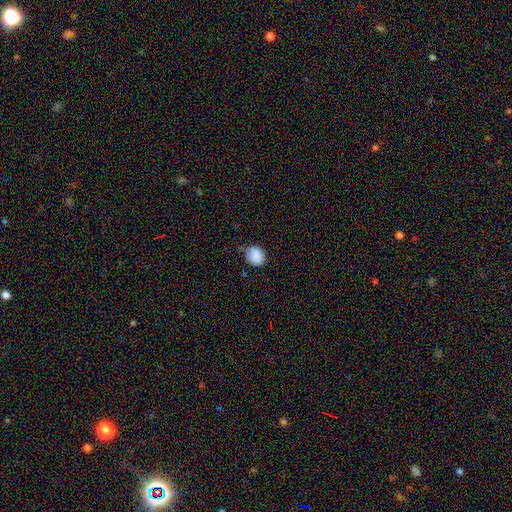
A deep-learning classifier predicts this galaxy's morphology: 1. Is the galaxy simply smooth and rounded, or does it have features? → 87% smooth, 8% star or artifact, 5% featured or disk.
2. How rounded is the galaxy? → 68% round, 31% in between, 1% cigar-shaped.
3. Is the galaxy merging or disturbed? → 64% none, 28% minor disturbance, 5% major disturbance, 2% merger.